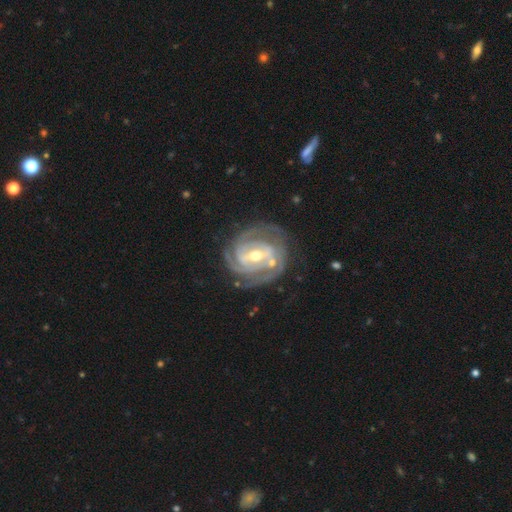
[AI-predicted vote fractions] Morphology: type=featured or disk (92%); edge-on=no (97%); bar=weak (41%); spiral arms=yes (98%); winding=tight (74%); arm count=3 (38%); bulge=moderate (59%); merging=none (72%).